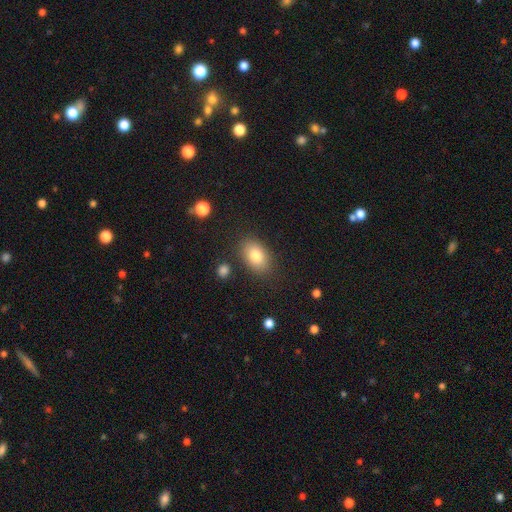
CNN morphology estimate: Q: Smooth or featured?
A: smooth (81%); runner-up: featured or disk (11%)
Q: How rounded?
A: in between (86%); runner-up: round (13%)
Q: Merging?
A: none (83%); runner-up: minor disturbance (11%)